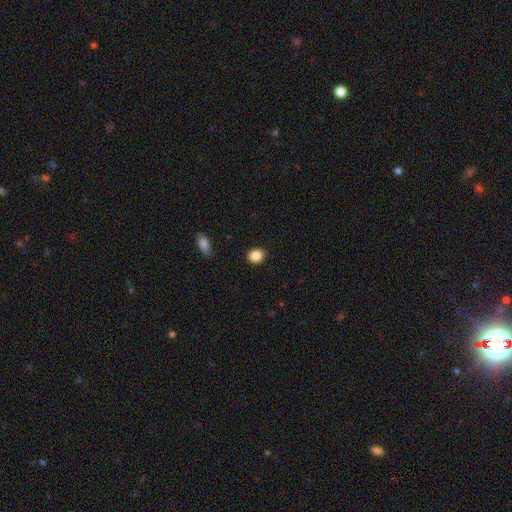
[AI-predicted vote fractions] smooth 86%, star or artifact 10%, featured or disk 4%. Down the decision tree: how rounded — round (65%); merging — none (89%).